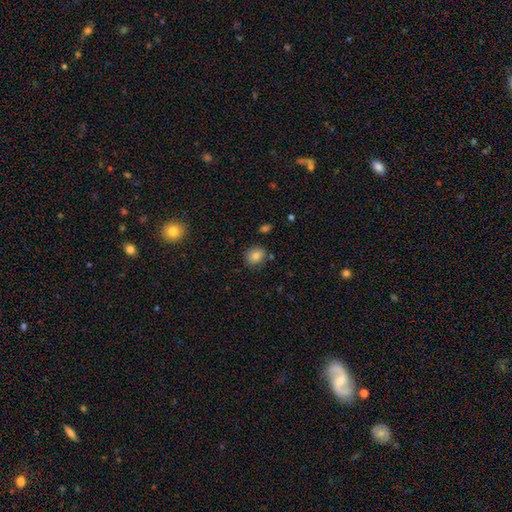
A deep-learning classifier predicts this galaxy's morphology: smooth_or_featured: smooth (p=0.81) [alt: star or artifact p=0.10]
how_rounded: round (p=0.69) [alt: in between p=0.30]
merging: none (p=0.83) [alt: minor disturbance p=0.12]